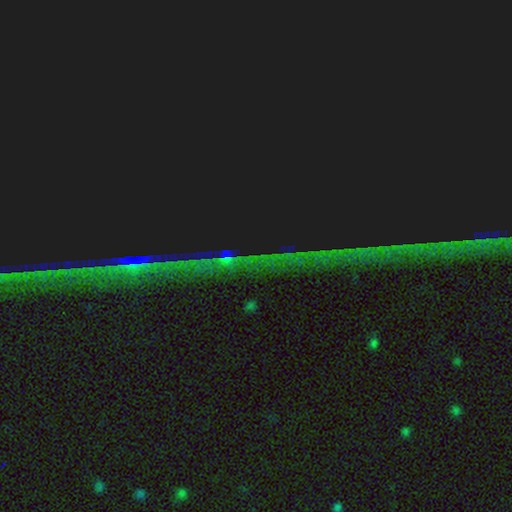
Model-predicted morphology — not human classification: smooth-or-featured: star or artifact: 79% | smooth: 11% | featured or disk: 10%